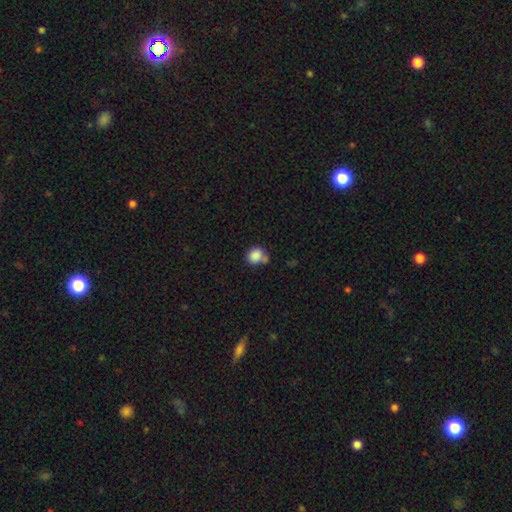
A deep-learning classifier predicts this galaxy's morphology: type=smooth (86%); roundness=round (75%); merging=none (53%).